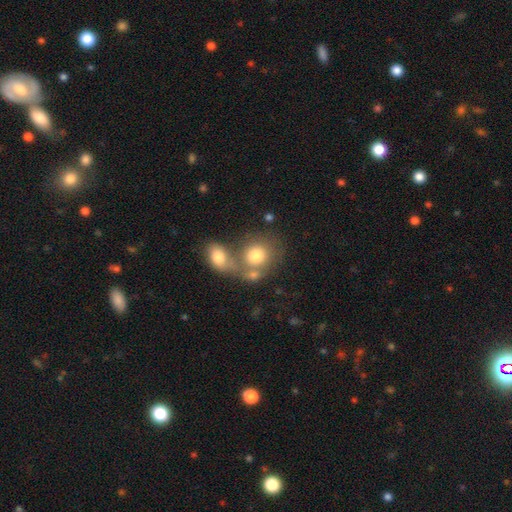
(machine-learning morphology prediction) type=smooth (77%); roundness=round (68%); merging=merger (50%).